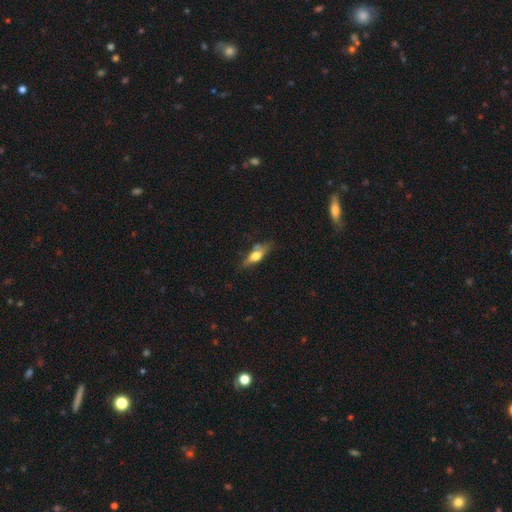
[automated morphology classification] This is possibly a smooth galaxy (52%). How rounded: possibly in between (53%). Merging: likely none (62%).